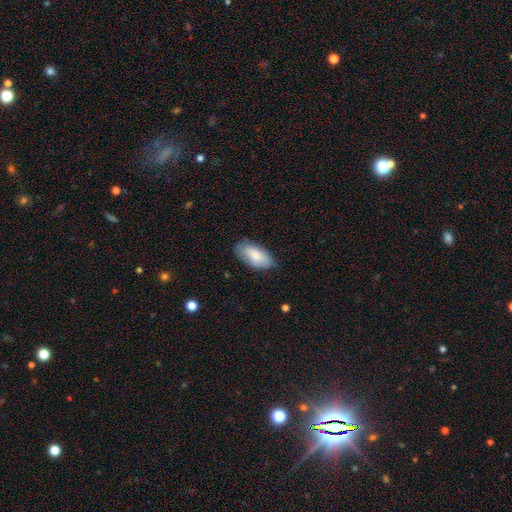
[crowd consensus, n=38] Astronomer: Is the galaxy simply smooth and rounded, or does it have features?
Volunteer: smooth — 92%.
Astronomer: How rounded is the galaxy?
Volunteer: in between — 100%.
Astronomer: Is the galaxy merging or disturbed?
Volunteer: none — 73%.